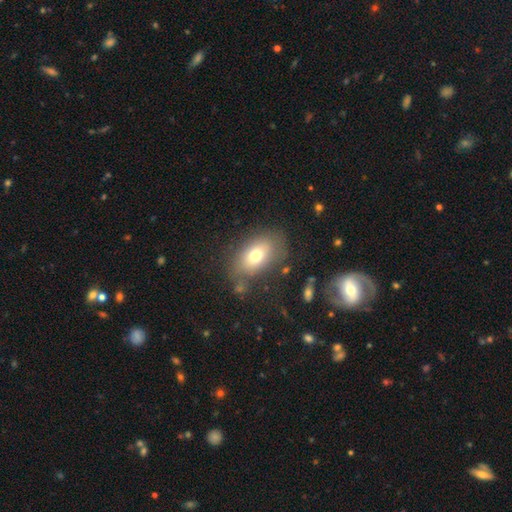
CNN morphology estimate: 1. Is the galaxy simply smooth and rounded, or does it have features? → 72% smooth, 18% featured or disk, 10% star or artifact.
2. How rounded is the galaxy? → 86% in between, 12% round, 2% cigar-shaped.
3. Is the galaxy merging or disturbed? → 71% none, 18% minor disturbance, 8% major disturbance, 4% merger.